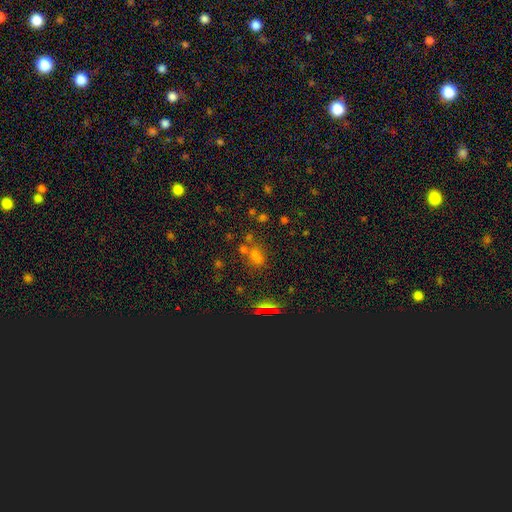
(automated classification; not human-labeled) smooth 47%, star or artifact 43%, featured or disk 10%. Down the decision tree: merging — none (59%).